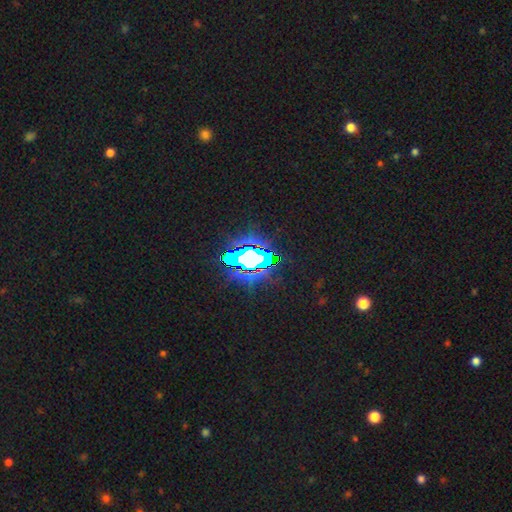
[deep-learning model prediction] Smooth or featured: star or artifact — 63% (smooth — 19%)